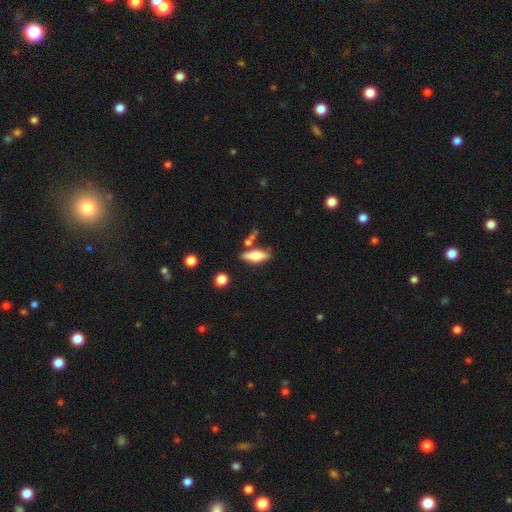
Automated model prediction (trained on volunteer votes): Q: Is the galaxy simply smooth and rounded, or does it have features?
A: smooth — 54%.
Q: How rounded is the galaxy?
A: in between — 57%.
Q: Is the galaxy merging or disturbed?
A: none — 71%.